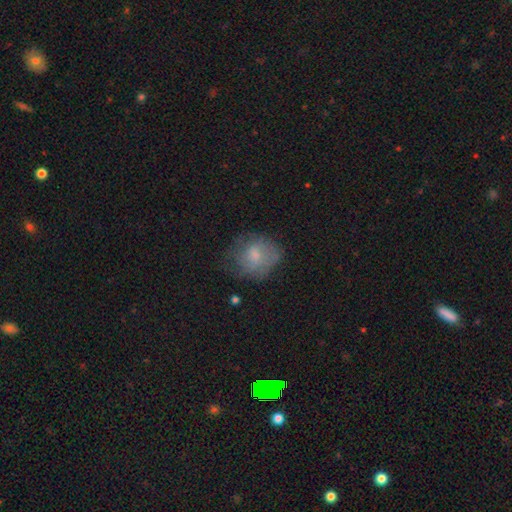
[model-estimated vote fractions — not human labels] smooth-or-featured: smooth: 56% | featured or disk: 35% | star or artifact: 9%
  how-rounded: round: 67% | in between: 32% | cigar-shaped: 1%
  merging: none: 55% | minor disturbance: 27% | major disturbance: 17% | merger: 2%